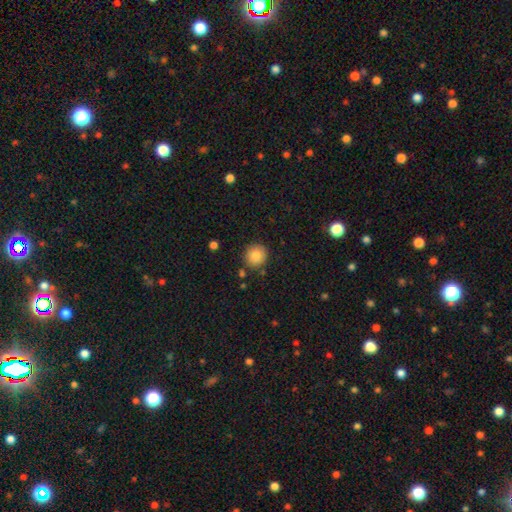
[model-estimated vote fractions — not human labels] smooth_or_featured: smooth (p=0.84) [alt: star or artifact p=0.09]
how_rounded: round (p=0.91) [alt: in between p=0.08]
merging: none (p=0.86) [alt: minor disturbance p=0.09]